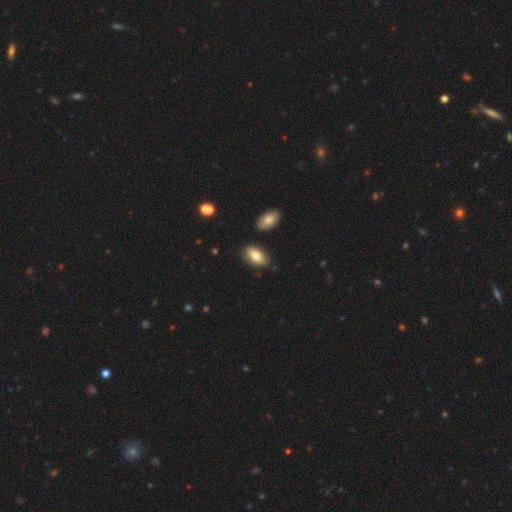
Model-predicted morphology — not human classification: smooth_or_featured: smooth (p=0.81) [alt: featured or disk p=0.12]
how_rounded: in between (p=0.93) [alt: round p=0.04]
merging: none (p=0.81) [alt: minor disturbance p=0.12]